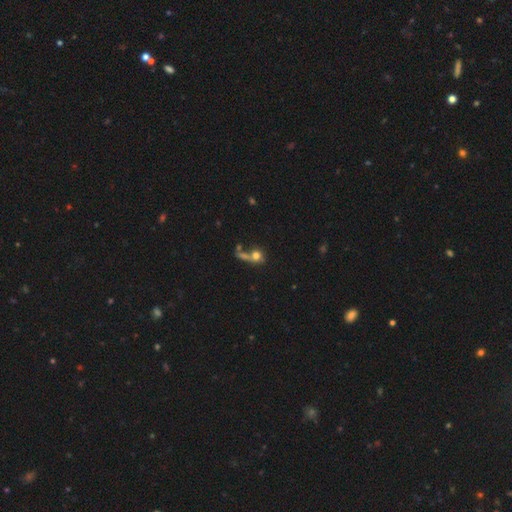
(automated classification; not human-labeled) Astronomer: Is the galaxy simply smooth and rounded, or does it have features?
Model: smooth — 66%.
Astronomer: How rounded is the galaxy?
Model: round — 74%.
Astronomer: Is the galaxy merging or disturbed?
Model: merger — 39% (runner-up: none, 33%).